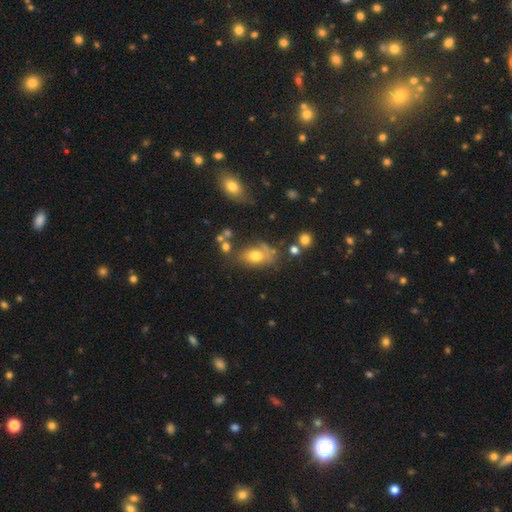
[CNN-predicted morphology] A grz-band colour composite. It shows a smooth galaxy with no disk features (71%) that is in between round and cigar-shaped (81%). Merging: none (50%).